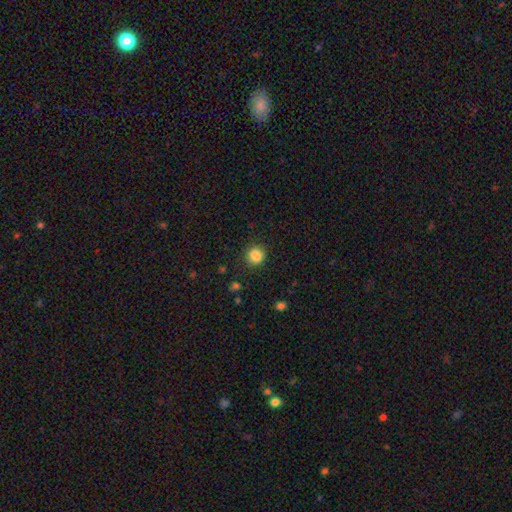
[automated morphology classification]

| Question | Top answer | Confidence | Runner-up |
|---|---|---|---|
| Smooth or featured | smooth | 86% | star or artifact (11%) |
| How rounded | round | 85% | in between (15%) |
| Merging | none | 86% | minor disturbance (9%) |